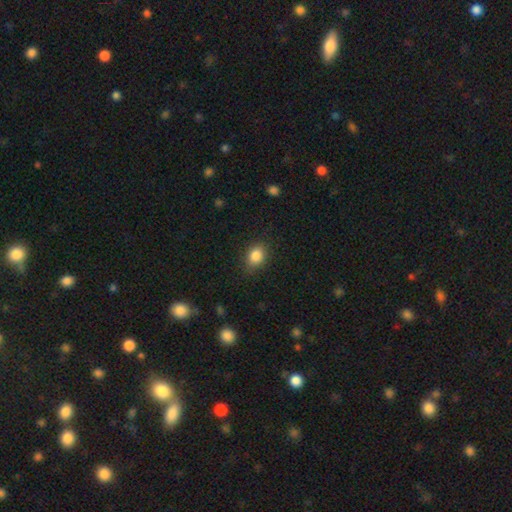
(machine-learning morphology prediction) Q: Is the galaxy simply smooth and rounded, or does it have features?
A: smooth — 86%.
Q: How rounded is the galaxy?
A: in between — 62%.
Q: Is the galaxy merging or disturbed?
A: none — 83%.